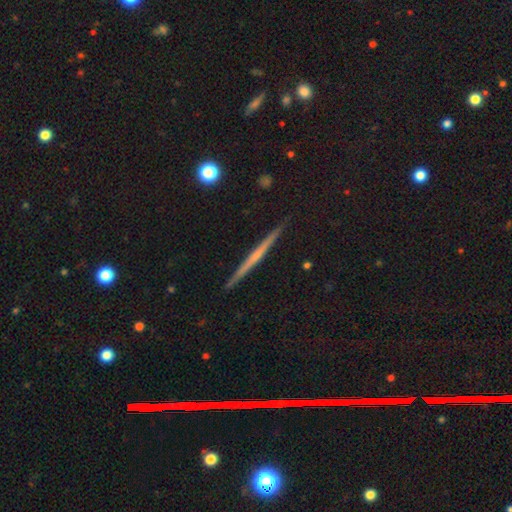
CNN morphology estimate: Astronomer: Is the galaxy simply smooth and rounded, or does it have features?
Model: featured or disk — 68%.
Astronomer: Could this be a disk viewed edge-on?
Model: yes — 98%.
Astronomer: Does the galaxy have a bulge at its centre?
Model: none — 65%.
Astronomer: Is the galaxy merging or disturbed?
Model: none — 92%.